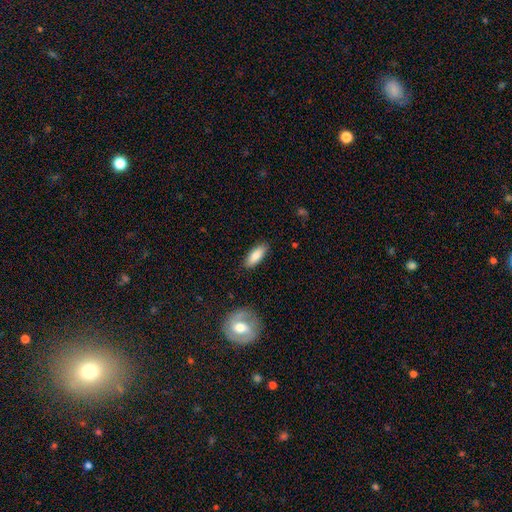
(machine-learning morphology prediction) Smooth or featured: smooth — 81% (featured or disk — 13%)
How rounded: in between — 69% (cigar-shaped — 29%)
Merging: none — 86% (minor disturbance — 10%)